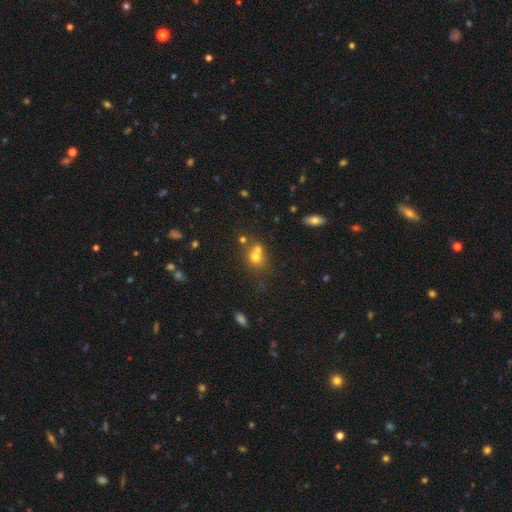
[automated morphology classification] Smooth or featured?
  - smooth: 66% *
  - featured or disk: 17%
  - star or artifact: 16%
How rounded?
  - round: 69% *
  - in between: 30%
  - cigar-shaped: 1%
Merging?
  - merger: 52% *
  - none: 35%
  - minor disturbance: 9%
  - major disturbance: 4%